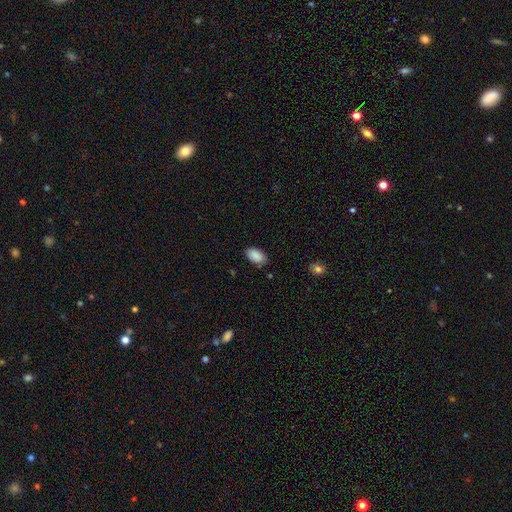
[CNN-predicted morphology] A smooth galaxy with no disk features (89%) that is in between round and cigar-shaped (94%). Merging: none (81%).